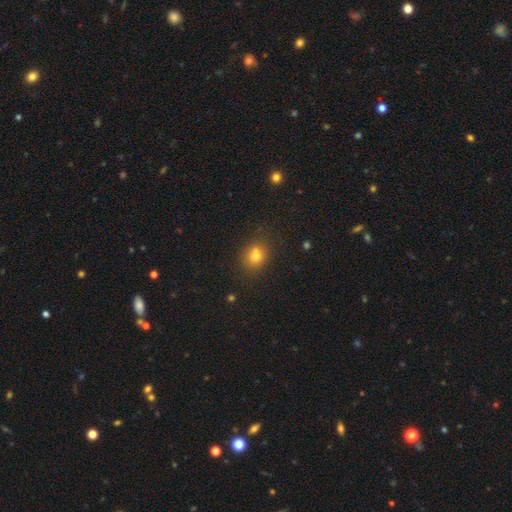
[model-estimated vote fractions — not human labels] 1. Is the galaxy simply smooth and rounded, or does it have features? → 73% smooth, 15% star or artifact, 12% featured or disk.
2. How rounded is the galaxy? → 68% round, 30% in between, 1% cigar-shaped.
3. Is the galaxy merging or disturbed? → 56% none, 28% merger, 12% minor disturbance, 4% major disturbance.